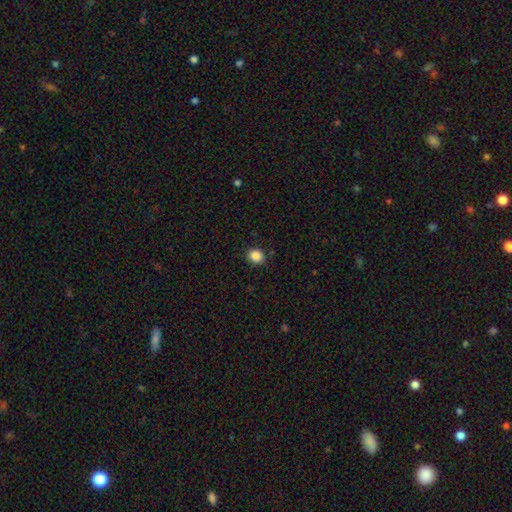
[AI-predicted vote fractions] This is clearly a smooth galaxy (87%). How rounded: likely round (74%). Merging: clearly none (89%).